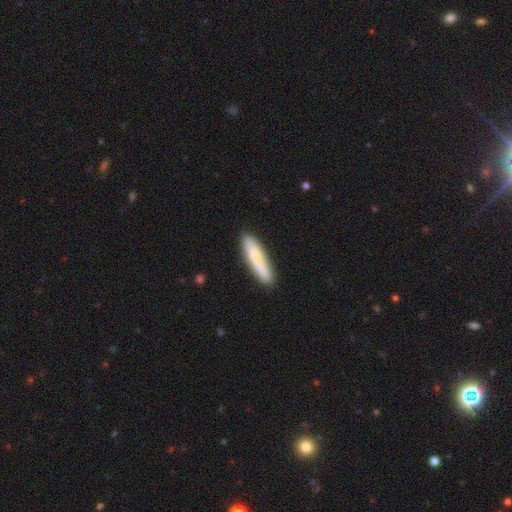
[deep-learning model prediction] Smooth or featured: smooth — 72% (featured or disk — 22%)
How rounded: cigar-shaped — 84% (in between — 14%)
Merging: none — 84% (minor disturbance — 12%)